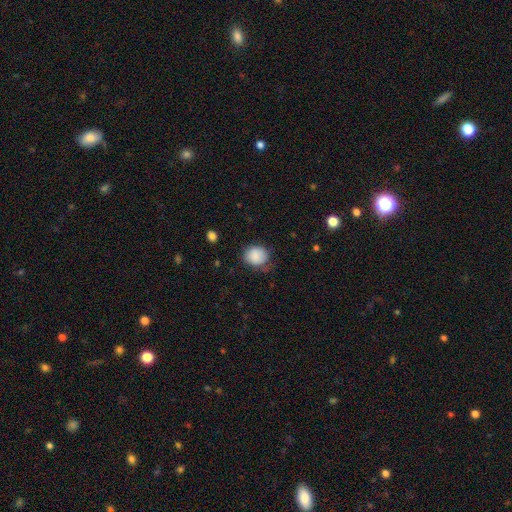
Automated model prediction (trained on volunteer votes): smooth-or-featured: smooth: 86% | star or artifact: 7% | featured or disk: 6%
  how-rounded: round: 71% | in between: 28% | cigar-shaped: 1%
  merging: none: 64% | minor disturbance: 27% | major disturbance: 8% | merger: 2%